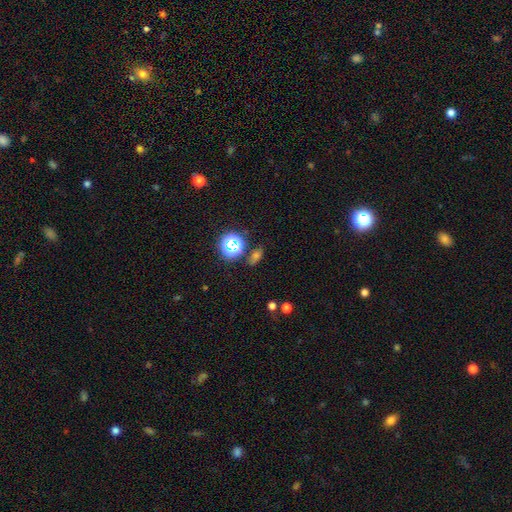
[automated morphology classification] Smooth or featured? Predicted: smooth (p=0.43). Merging? Predicted: none (p=0.79).